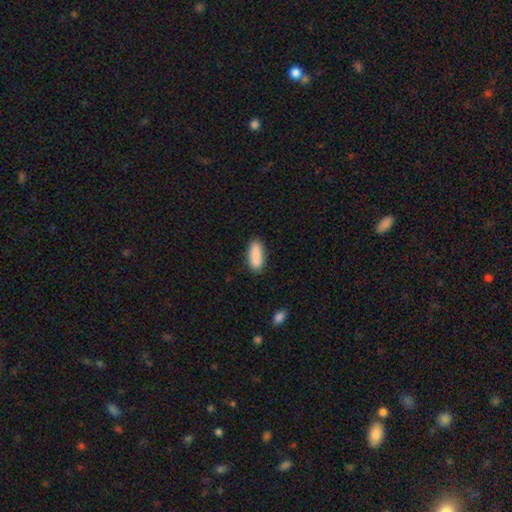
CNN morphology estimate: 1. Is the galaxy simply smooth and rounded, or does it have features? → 88% smooth, 6% star or artifact, 6% featured or disk.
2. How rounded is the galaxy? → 73% in between, 25% cigar-shaped, 2% round.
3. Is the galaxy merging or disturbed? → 84% none, 12% minor disturbance, 2% major disturbance, 2% merger.